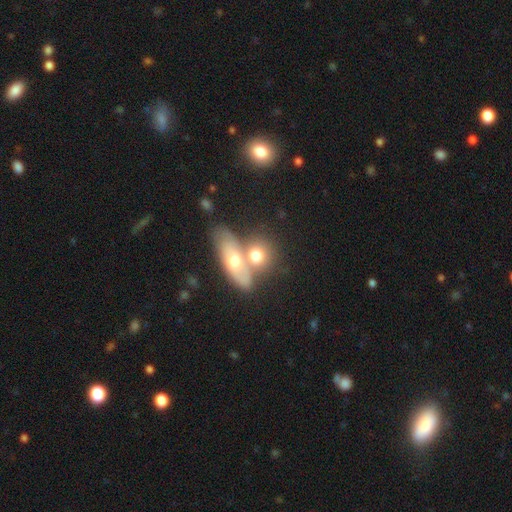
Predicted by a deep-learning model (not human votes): smooth-or-featured: smooth: 65% | featured or disk: 27% | star or artifact: 8%
  how-rounded: in between: 47% | round: 46% | cigar-shaped: 8%
  merging: merger: 54% | none: 32% | minor disturbance: 9% | major disturbance: 5%